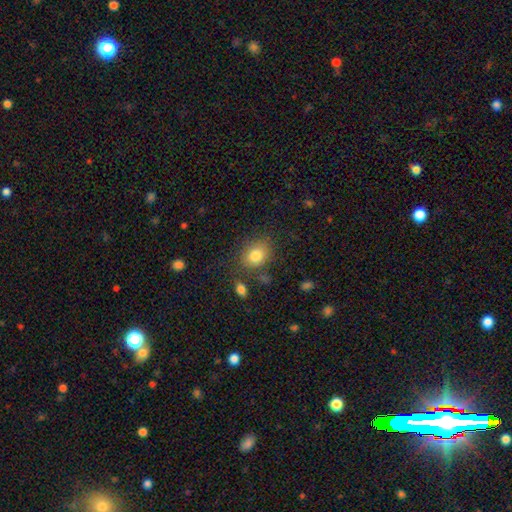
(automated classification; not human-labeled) Overall: smooth (81%). How rounded: in between (51%; round 48%). Merging: none (74%).